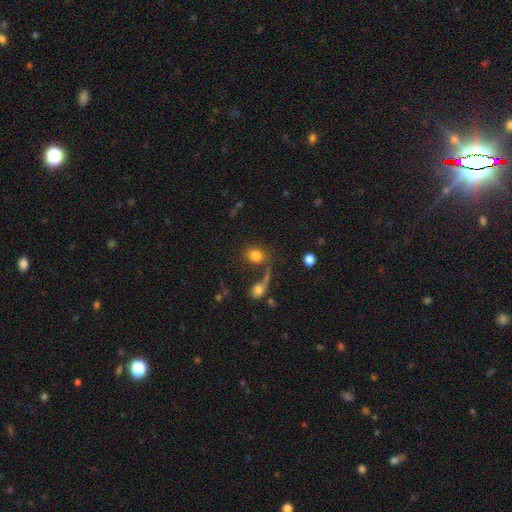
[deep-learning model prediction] Smooth or featured: smooth — 76% (featured or disk — 13%)
How rounded: round — 54% (in between — 44%)
Merging: none — 47% (merger — 27%)